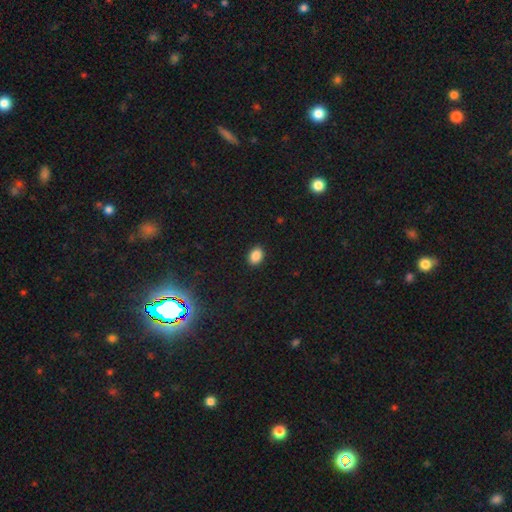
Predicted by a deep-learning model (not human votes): This appears to be a smooth galaxy with no disk features (88%) that is in between round and cigar-shaped (72%). Merging: none (90%).